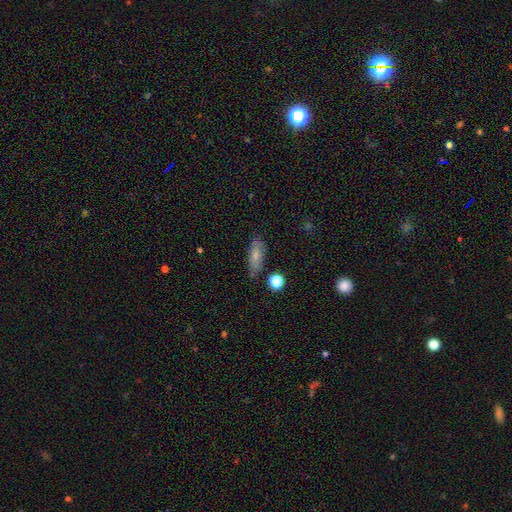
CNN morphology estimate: smooth_or_featured: smooth (p=0.74) [alt: featured or disk p=0.18]
how_rounded: in between (p=0.69) [alt: cigar-shaped p=0.27]
merging: none (p=0.77) [alt: minor disturbance p=0.16]